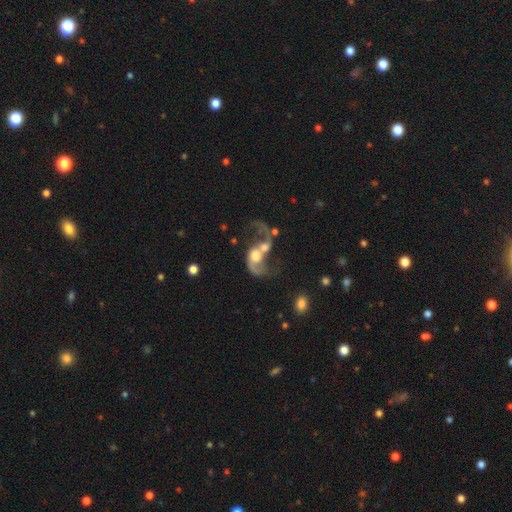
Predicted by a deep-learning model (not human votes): This is likely a featured or disk galaxy (73%). It is clearly not viewed edge-on (97%). Bar: likely no (66%). Spiral arm pattern: clearly yes (84%). Spiral arm count: likely 2 (71%). Spiral winding: likely loose (75%). Central bulge: possibly moderate (48%). Merging: likely merger (65%).